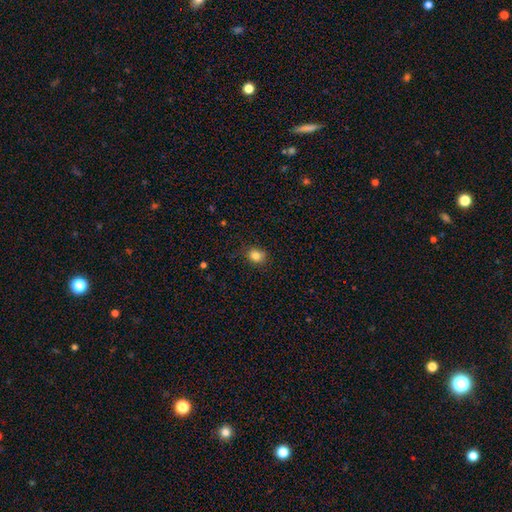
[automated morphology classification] The model was most divided on "how rounded": round: 59%, in between: 40%, cigar-shaped: 1%. More confident: smooth or featured — smooth (83%); merging — none (78%).